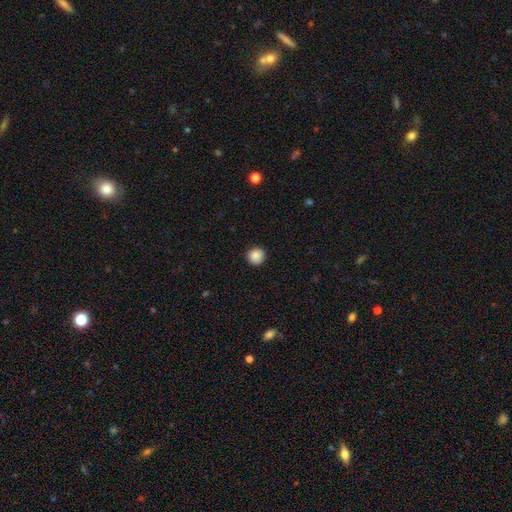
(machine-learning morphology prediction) smooth 88%, star or artifact 9%, featured or disk 3%. Down the decision tree: how rounded — round (94%); merging — none (91%).